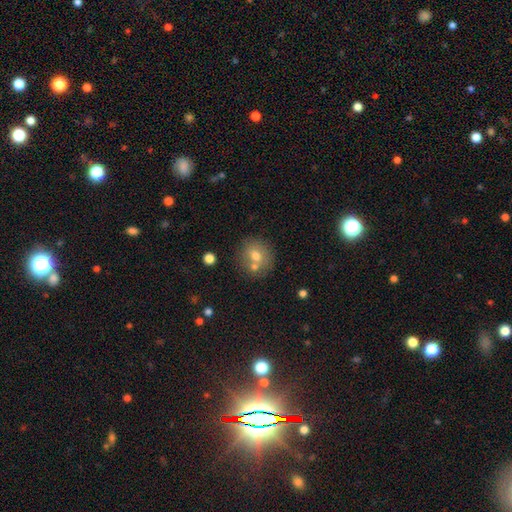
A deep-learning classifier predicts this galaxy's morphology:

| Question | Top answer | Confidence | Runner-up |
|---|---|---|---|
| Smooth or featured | smooth | 71% | featured or disk (18%) |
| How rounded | round | 77% | in between (22%) |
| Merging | none | 61% | merger (24%) |